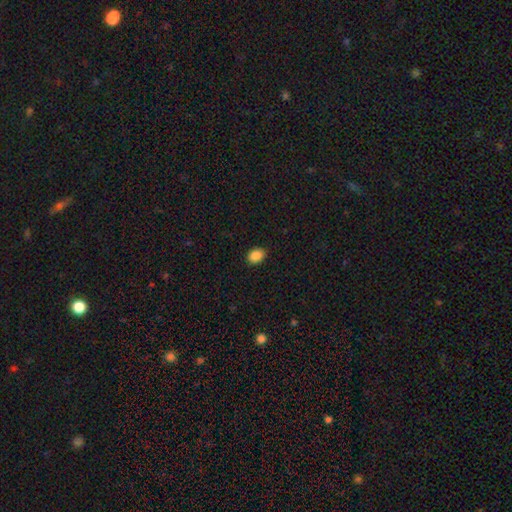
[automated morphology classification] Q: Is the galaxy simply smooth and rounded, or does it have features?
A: smooth — 89%.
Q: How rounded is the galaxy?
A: in between — 73%.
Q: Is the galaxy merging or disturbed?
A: none — 90%.